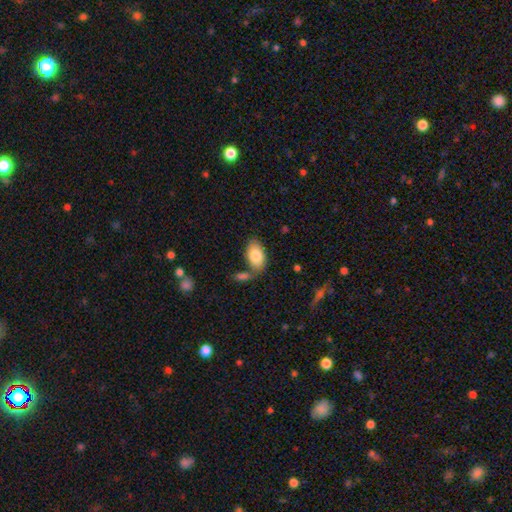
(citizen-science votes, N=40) A smooth galaxy with no disk features (80%) that is in between round and cigar-shaped (97%). Merging: none (50%).